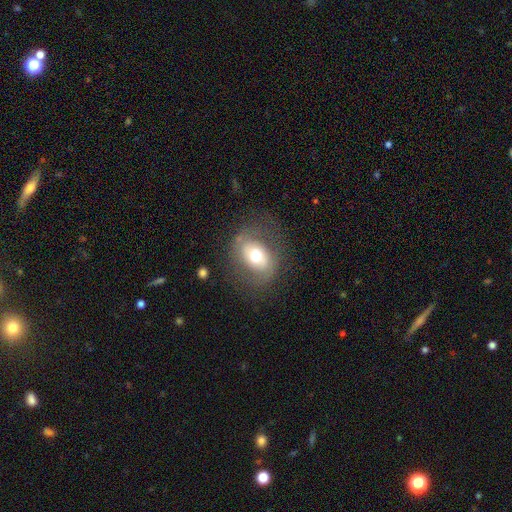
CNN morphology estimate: Smooth or featured: smooth — 50% (featured or disk — 41%)
Merging: none — 69% (minor disturbance — 17%)